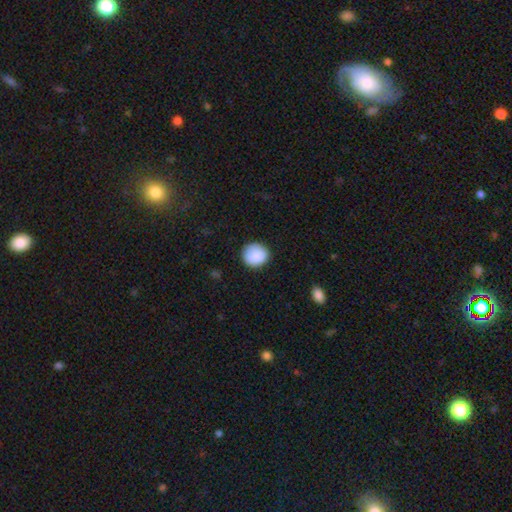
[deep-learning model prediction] This is clearly a smooth galaxy (89%). How rounded: clearly round (91%). Merging: clearly none (87%).